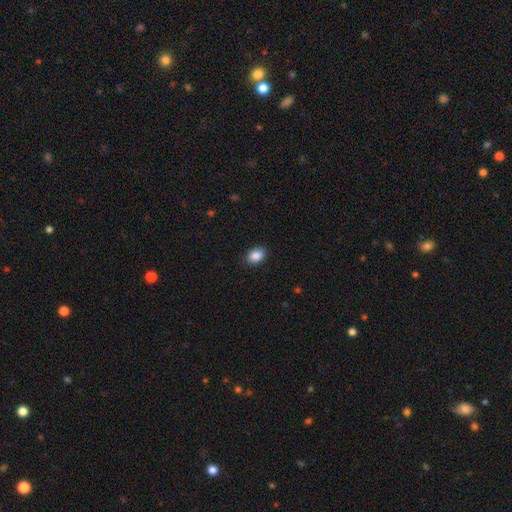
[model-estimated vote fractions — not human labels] smooth 88%, star or artifact 8%, featured or disk 4%. Down the decision tree: how rounded — in between (79%); merging — none (88%).